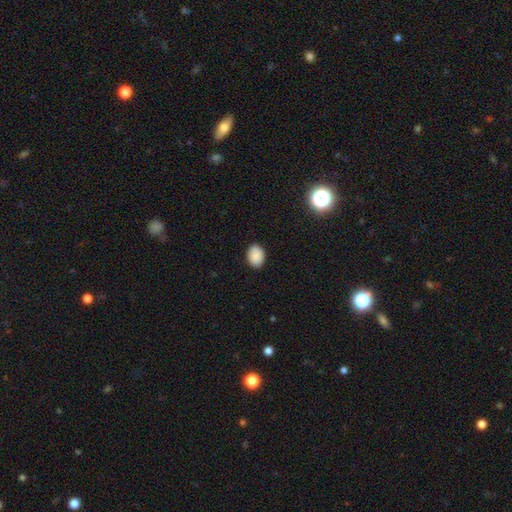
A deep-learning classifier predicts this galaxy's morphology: Q: Smooth or featured?
A: smooth (88%); runner-up: star or artifact (8%)
Q: How rounded?
A: in between (69%); runner-up: round (30%)
Q: Merging?
A: none (88%); runner-up: minor disturbance (9%)